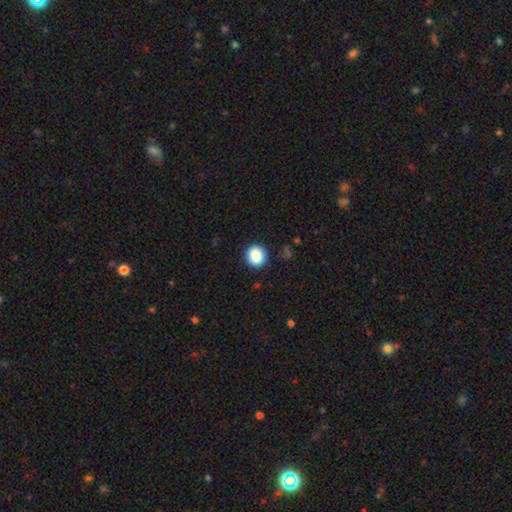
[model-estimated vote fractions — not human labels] smooth-or-featured: smooth: 86% | star or artifact: 9% | featured or disk: 4%
  how-rounded: round: 90% | in between: 9% | cigar-shaped: 1%
  merging: none: 91% | minor disturbance: 6% | major disturbance: 2% | merger: 1%